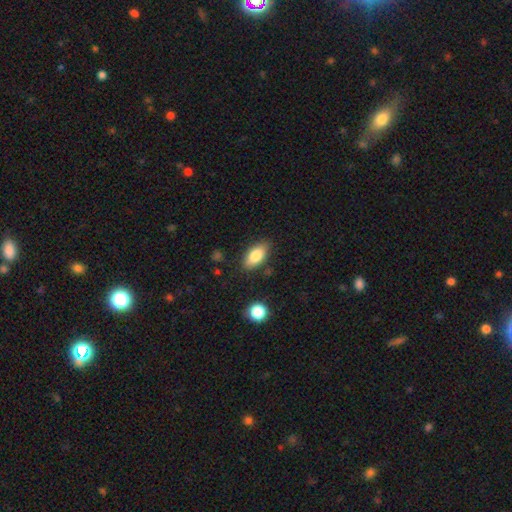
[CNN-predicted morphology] Smooth or featured?
  - smooth: 82% *
  - featured or disk: 11%
  - star or artifact: 7%
How rounded?
  - in between: 90% *
  - cigar-shaped: 7%
  - round: 4%
Merging?
  - none: 83% *
  - minor disturbance: 12%
  - major disturbance: 3%
  - merger: 2%